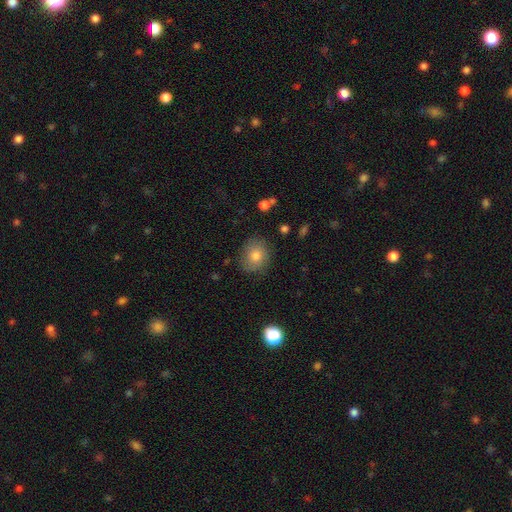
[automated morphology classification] Overall: smooth (78%). How rounded: round (67%; in between 32%). Merging: none (81%).